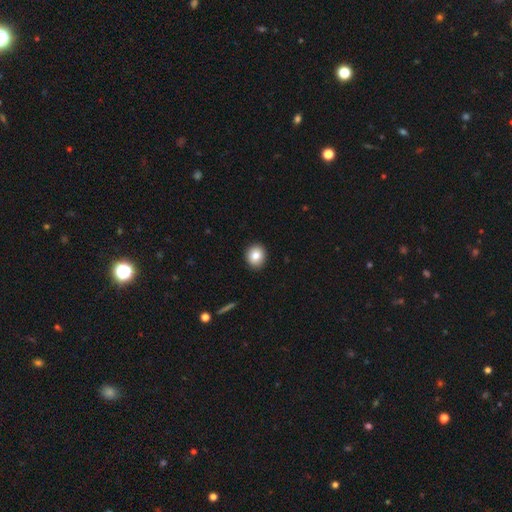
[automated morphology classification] A smooth galaxy with no disk features (83%) that is round (77%).

Vote fractions:
- Smooth or featured? smooth: 83% / star or artifact: 9% / featured or disk: 8%
- How rounded? round: 77% / in between: 22% / cigar-shaped: 1%
- Merging? none: 91% / minor disturbance: 6% / major disturbance: 2% / merger: 1%